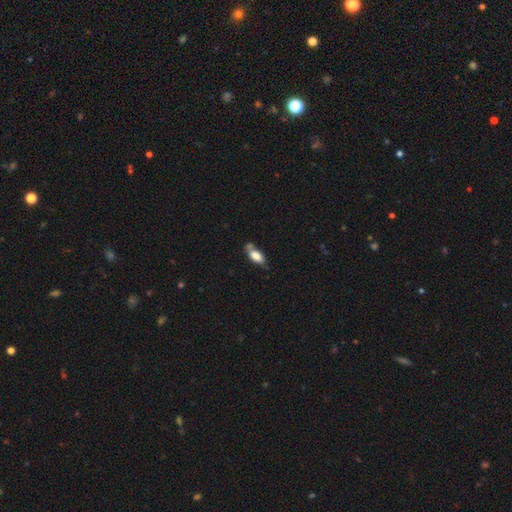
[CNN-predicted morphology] A smooth galaxy with no disk features (79%) that is in between round and cigar-shaped (84%). Merging: none (54%).